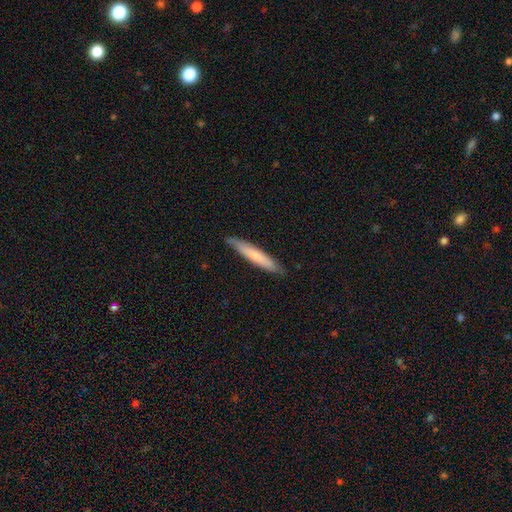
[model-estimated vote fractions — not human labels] Smooth or featured? Predicted: smooth (p=0.69). How rounded? Predicted: cigar-shaped (p=0.93). Merging? Predicted: none (p=0.85).